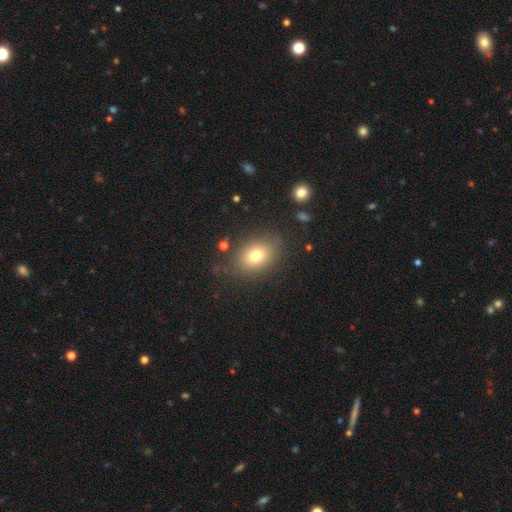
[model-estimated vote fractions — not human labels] smooth 75%, featured or disk 13%, star or artifact 12%. Down the decision tree: how rounded — in between (66%); merging — none (80%).